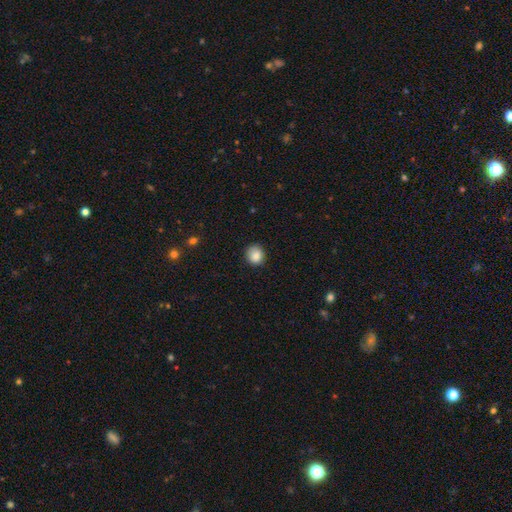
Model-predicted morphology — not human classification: Smooth or featured? Predicted: smooth (p=0.87). How rounded? Predicted: round (p=0.78). Merging? Predicted: none (p=0.80).